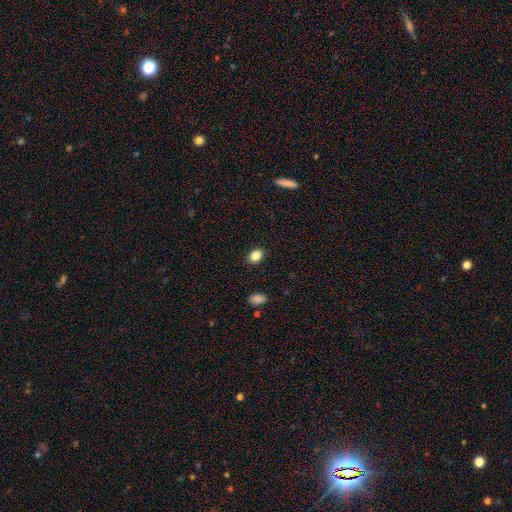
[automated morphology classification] type=smooth (84%); roundness=in between (53%); merging=none (90%).